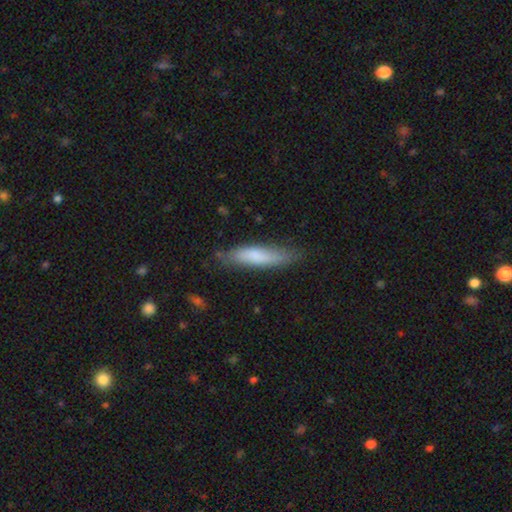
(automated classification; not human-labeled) Smooth or featured: smooth — 74% (featured or disk — 20%)
How rounded: cigar-shaped — 81% (in between — 18%)
Merging: none — 76% (minor disturbance — 19%)